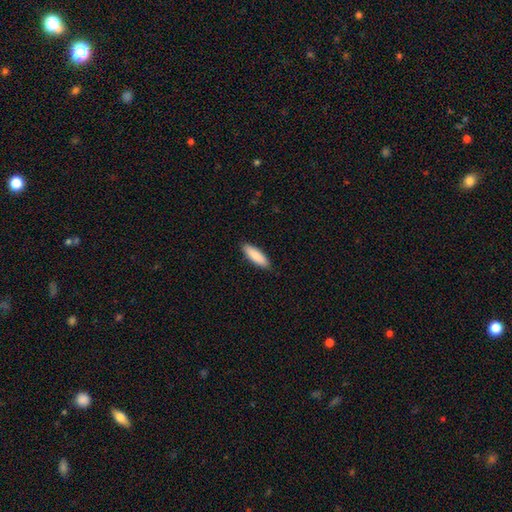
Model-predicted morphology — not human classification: Q: Smooth or featured?
A: smooth (89%); runner-up: featured or disk (6%)
Q: How rounded?
A: cigar-shaped (50%); runner-up: in between (49%)
Q: Merging?
A: none (90%); runner-up: minor disturbance (8%)